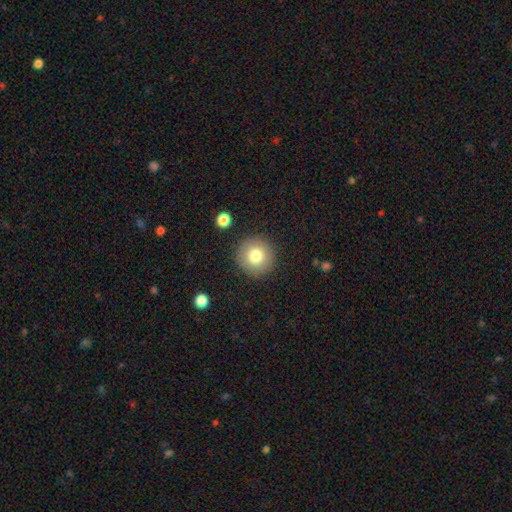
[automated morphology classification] Smooth or featured: smooth — 78% (featured or disk — 12%)
How rounded: round — 95% (in between — 4%)
Merging: none — 90% (minor disturbance — 6%)